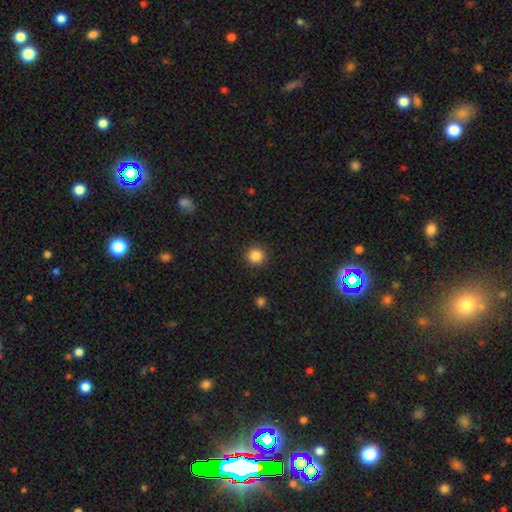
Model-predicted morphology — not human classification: smooth 85%, star or artifact 11%, featured or disk 4%. Down the decision tree: how rounded — round (94%); merging — none (92%).